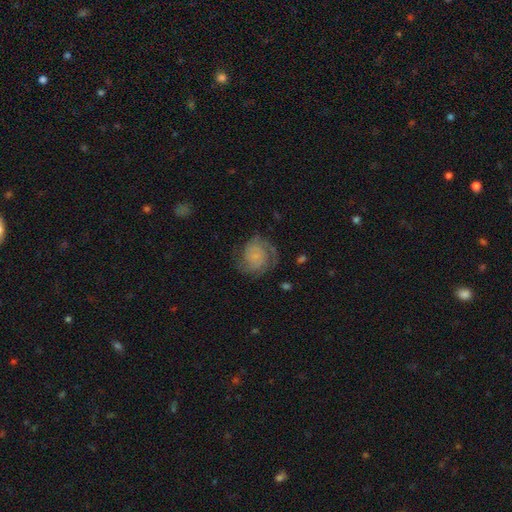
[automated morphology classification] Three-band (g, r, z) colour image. It shows a featured or disk galaxy (64%) with no bar (77%), 2 (62%) tight (48%) spiral arms (92%) and a small central bulge (43%). Merging: none (67%).